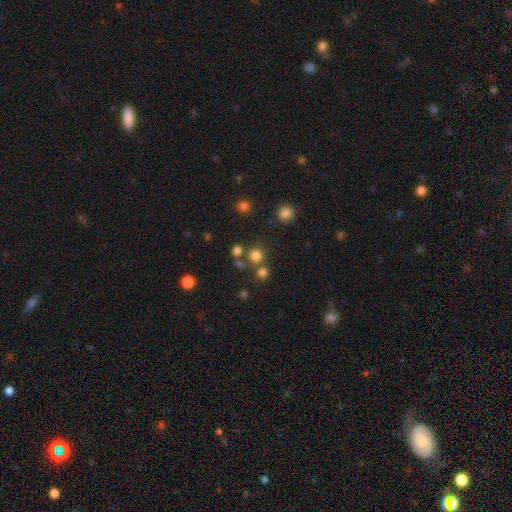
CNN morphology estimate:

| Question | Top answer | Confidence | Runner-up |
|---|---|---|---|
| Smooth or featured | smooth | 76% | star or artifact (19%) |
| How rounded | round | 91% | in between (8%) |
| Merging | none | 73% | merger (17%) |